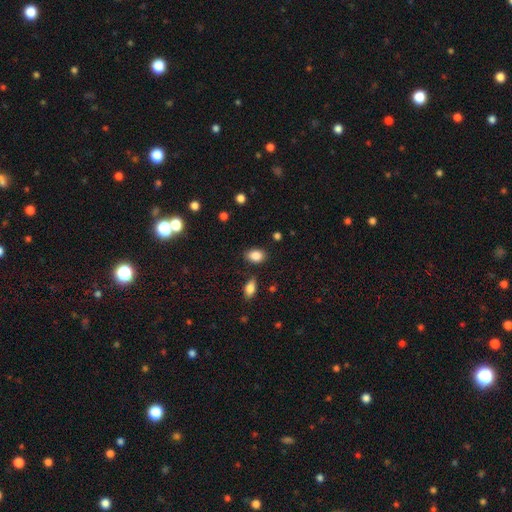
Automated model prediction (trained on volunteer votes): smooth_or_featured: smooth (p=0.86) [alt: star or artifact p=0.09]
how_rounded: in between (p=0.76) [alt: round p=0.23]
merging: none (p=0.81) [alt: minor disturbance p=0.12]